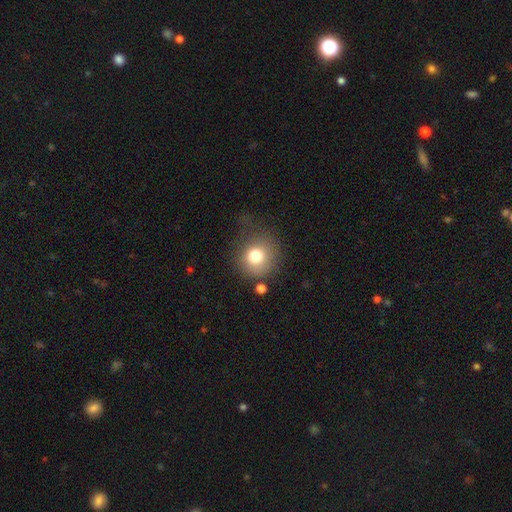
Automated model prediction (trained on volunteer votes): Smooth or featured?
  - smooth: 79% *
  - star or artifact: 11%
  - featured or disk: 11%
How rounded?
  - round: 89% *
  - in between: 10%
  - cigar-shaped: 1%
Merging?
  - none: 65% *
  - minor disturbance: 19%
  - major disturbance: 11%
  - merger: 5%